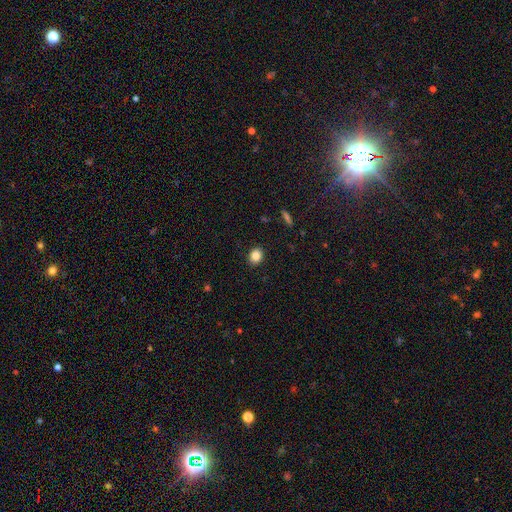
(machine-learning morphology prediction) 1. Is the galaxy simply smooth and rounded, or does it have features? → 85% smooth, 10% star or artifact, 6% featured or disk.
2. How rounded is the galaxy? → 53% round, 45% in between, 1% cigar-shaped.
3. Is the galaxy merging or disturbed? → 90% none, 7% minor disturbance, 2% major disturbance, 1% merger.